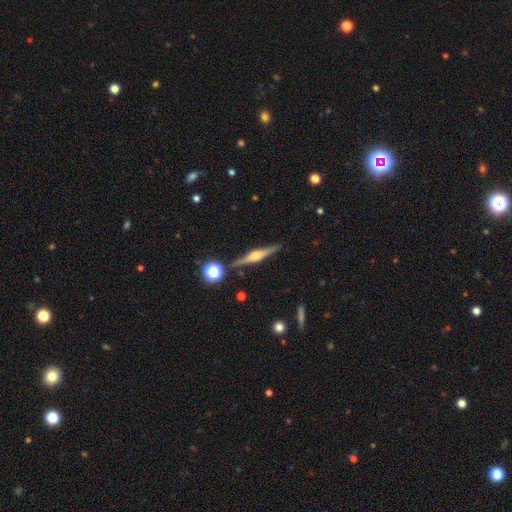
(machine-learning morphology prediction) Smooth or featured? Predicted: featured or disk (p=0.77). Edge-on disk? Predicted: yes (p=0.98). Edge-on bulge? Predicted: rounded (p=0.91). Merging? Predicted: none (p=0.89).